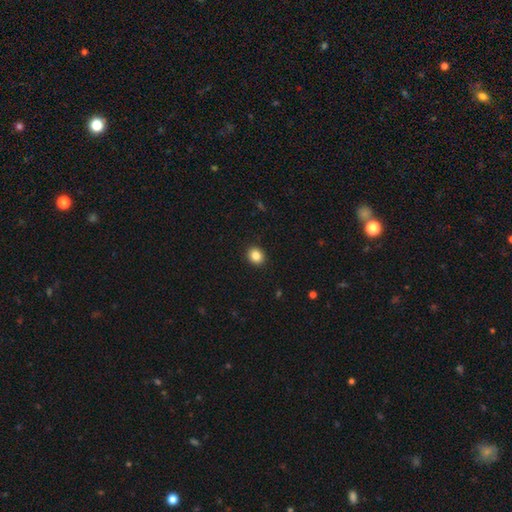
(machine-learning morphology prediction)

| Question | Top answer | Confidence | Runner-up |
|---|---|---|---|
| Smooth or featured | smooth | 85% | star or artifact (10%) |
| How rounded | round | 67% | in between (32%) |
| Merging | none | 91% | minor disturbance (6%) |